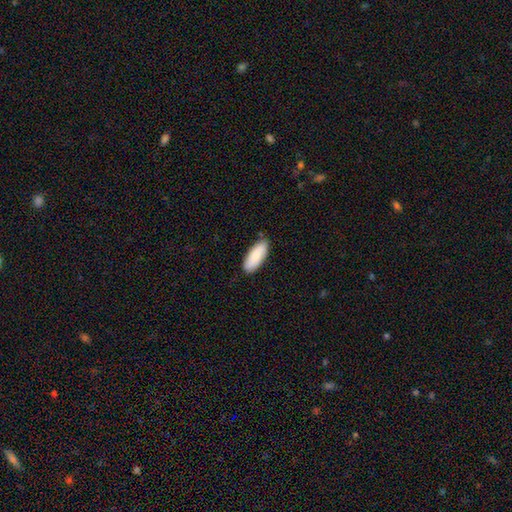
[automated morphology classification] A smooth galaxy with no disk features (87%) that is in between round and cigar-shaped (77%). Merging: none (84%).